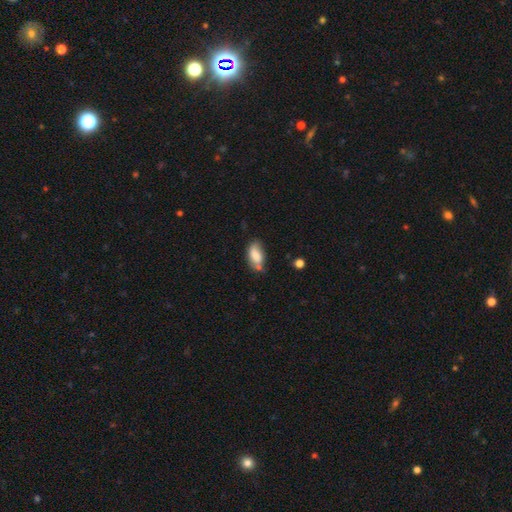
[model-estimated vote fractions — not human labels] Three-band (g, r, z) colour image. It shows a smooth galaxy with no disk features (76%) that is in between round and cigar-shaped (91%). Merging: none (50%).